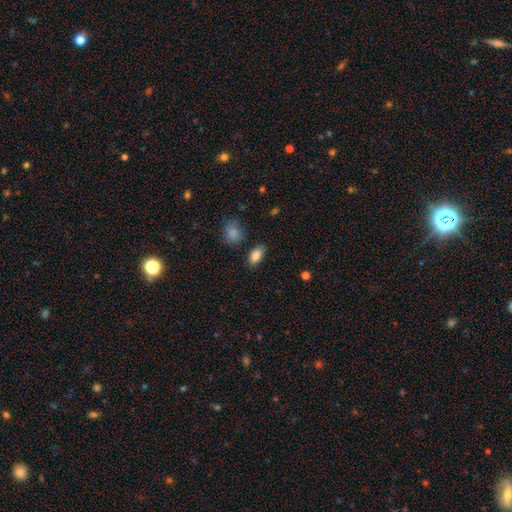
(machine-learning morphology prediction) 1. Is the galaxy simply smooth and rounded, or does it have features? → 86% smooth, 8% star or artifact, 6% featured or disk.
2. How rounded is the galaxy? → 91% in between, 7% round, 3% cigar-shaped.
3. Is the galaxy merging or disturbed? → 82% none, 13% minor disturbance, 3% major disturbance, 2% merger.